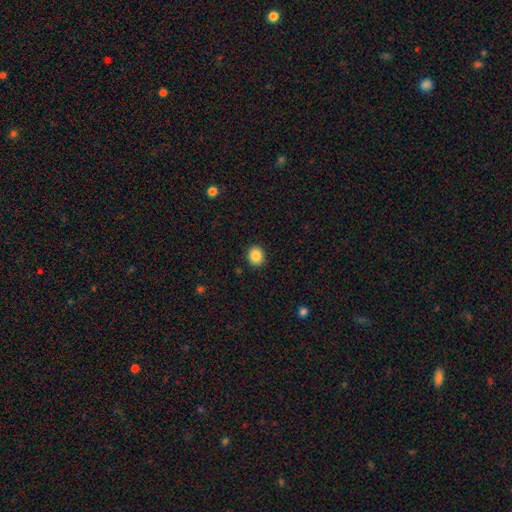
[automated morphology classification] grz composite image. It shows a smooth galaxy with no disk features (87%) that is round (71%). Merging: none (90%).